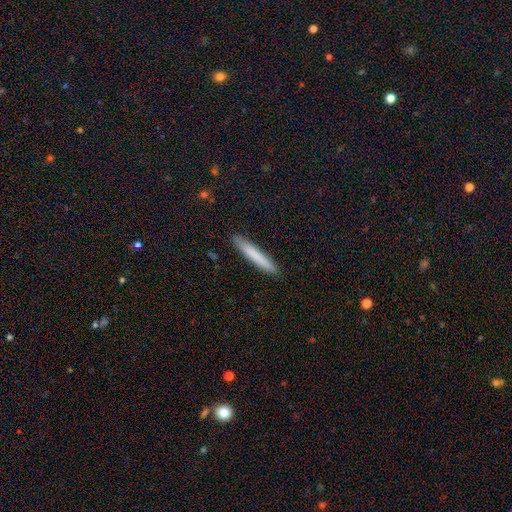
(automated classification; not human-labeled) Morphology: type=smooth (78%); roundness=cigar-shaped (95%); merging=none (90%).